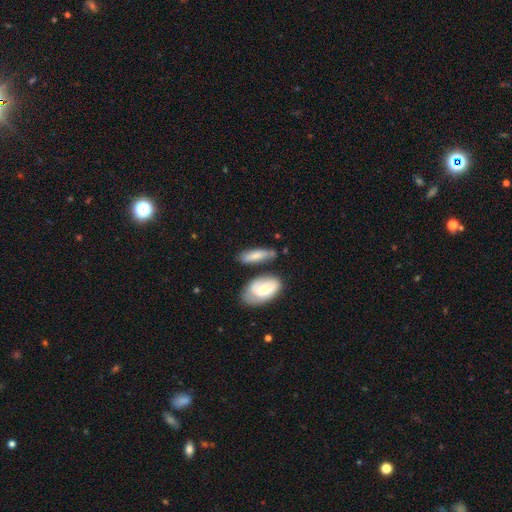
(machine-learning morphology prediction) Smooth or featured? smooth (73%)
How rounded? in between (60%)
Merging? none (56%)